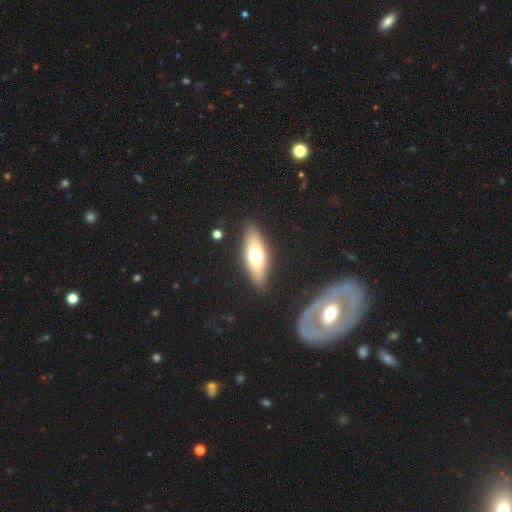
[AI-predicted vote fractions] This is possibly a smooth galaxy (59%). How rounded: likely in between (61%). Merging: clearly none (86%).